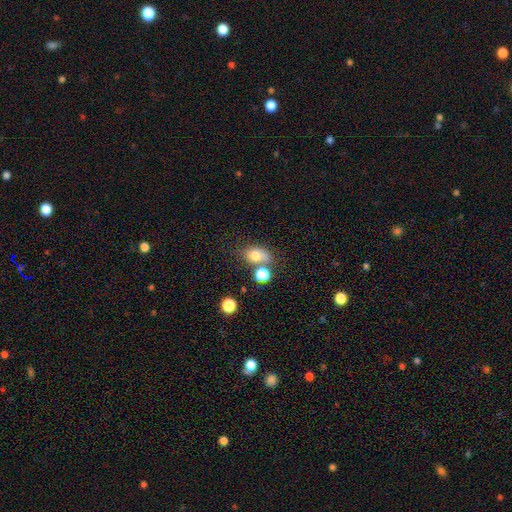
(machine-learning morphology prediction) Smooth or featured?
  - smooth: 76% *
  - star or artifact: 12%
  - featured or disk: 12%
How rounded?
  - in between: 68% *
  - round: 29%
  - cigar-shaped: 2%
Merging?
  - none: 53% *
  - merger: 22%
  - minor disturbance: 17%
  - major disturbance: 8%